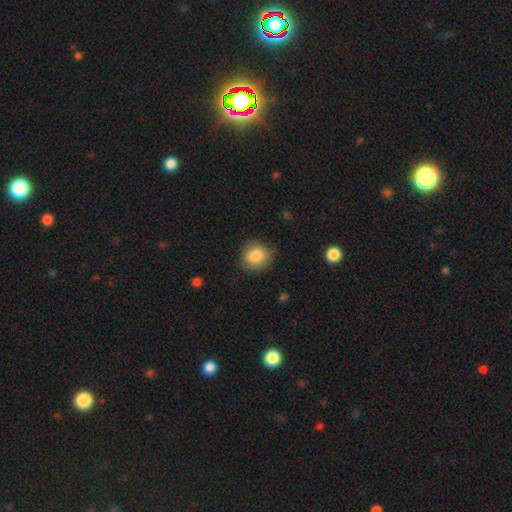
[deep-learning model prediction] Smooth or featured: smooth — 85% (star or artifact — 8%)
How rounded: round — 77% (in between — 22%)
Merging: none — 83% (minor disturbance — 12%)